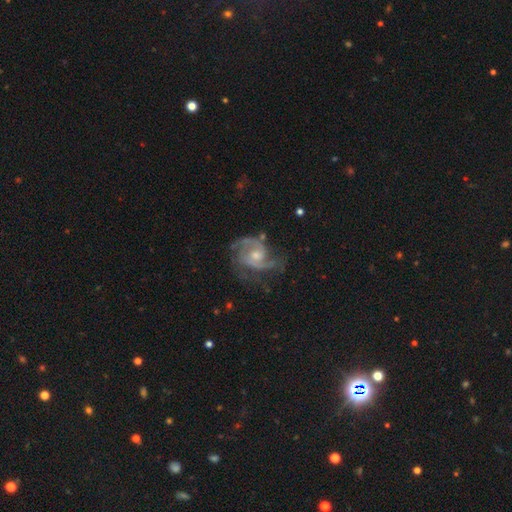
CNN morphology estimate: Smooth or featured?
  - featured or disk: 88% *
  - smooth: 6%
  - star or artifact: 6%
Edge-on disk?
  - no: 98% *
  - yes: 2%
Bar?
  - no: 63% *
  - weak: 32%
  - strong: 5%
Spiral arms?
  - yes: 96% *
  - no: 4%
Spiral winding?
  - medium: 49% *
  - tight: 37%
  - loose: 15%
Spiral arm count?
  - 2: 54% *
  - 3: 21%
  - can't tell: 12%
  - 1: 5%
  - 4: 4%
  - more than 4: 3%
Bulge size?
  - moderate: 55% *
  - small: 36%
  - large: 4%
  - none: 3%
  - dominant: 1%
Merging?
  - none: 57% *
  - minor disturbance: 22%
  - major disturbance: 18%
  - merger: 2%